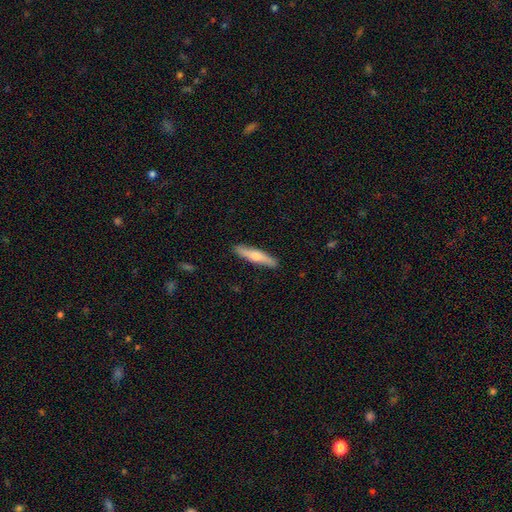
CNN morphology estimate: Overall: smooth (52%; featured or disk 42%). How rounded: cigar-shaped (89%). Merging: none (90%).